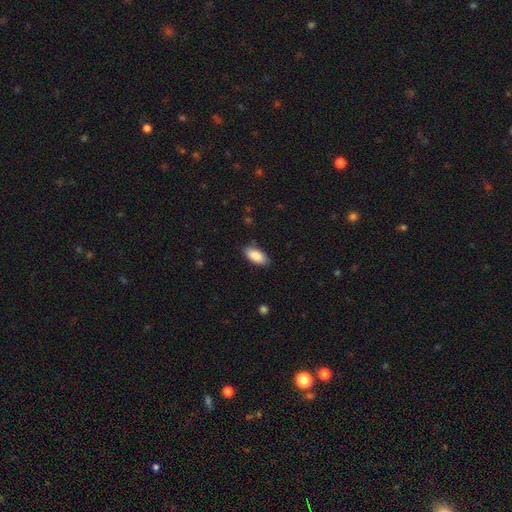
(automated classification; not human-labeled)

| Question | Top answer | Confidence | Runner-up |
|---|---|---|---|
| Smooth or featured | smooth | 88% | star or artifact (6%) |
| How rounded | in between | 91% | cigar-shaped (7%) |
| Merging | none | 86% | minor disturbance (11%) |